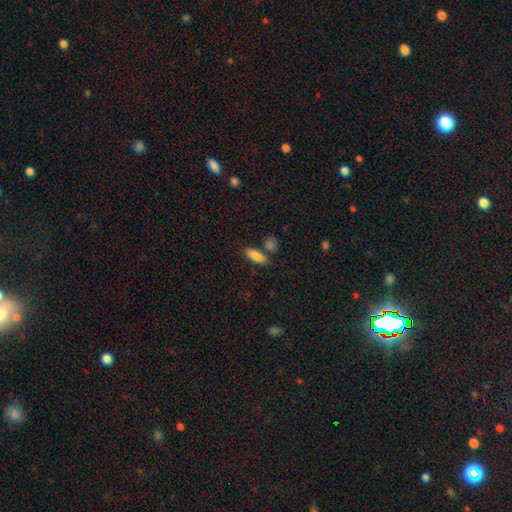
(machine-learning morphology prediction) This is clearly a smooth galaxy (84%). How rounded: likely in between (68%). Merging: likely none (70%).